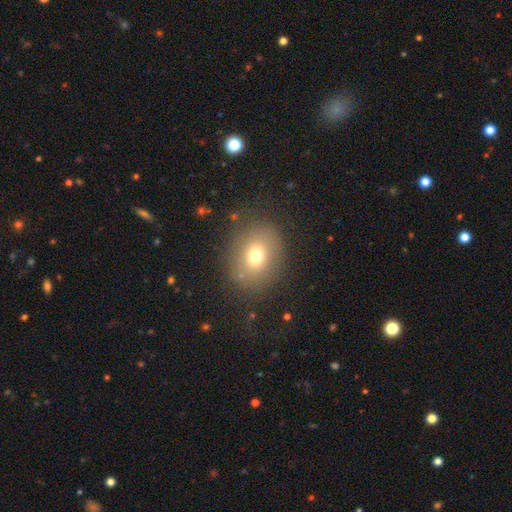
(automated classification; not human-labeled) Overall: smooth (70%). How rounded: round (51%; in between 48%). Merging: none (80%).